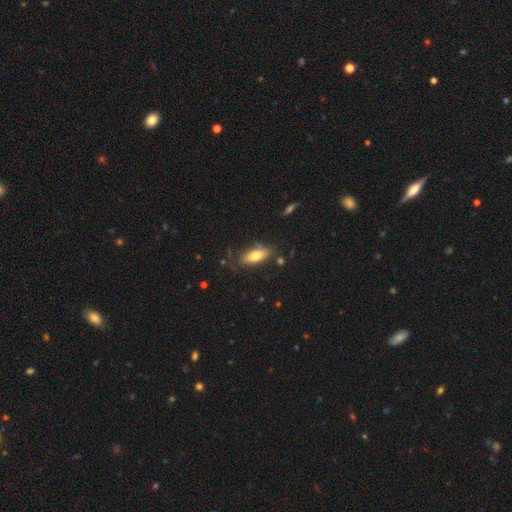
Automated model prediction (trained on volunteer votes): This is likely a smooth galaxy (69%). How rounded: likely in between (73%). Merging: likely none (70%).